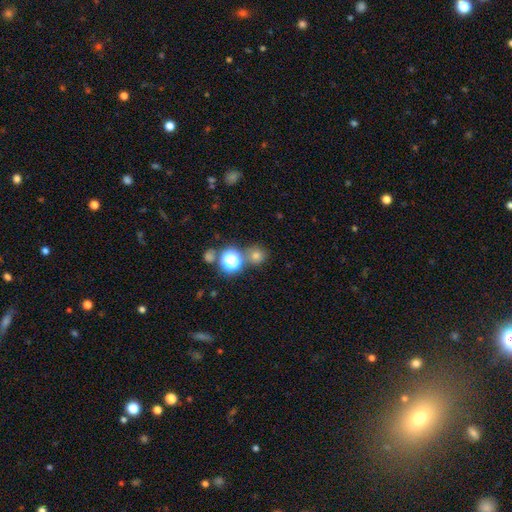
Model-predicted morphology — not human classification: smooth 63%, star or artifact 30%, featured or disk 7%. Down the decision tree: how rounded — round (90%); merging — none (74%).